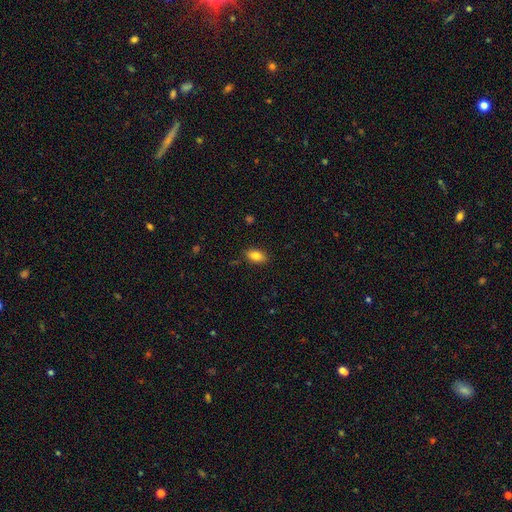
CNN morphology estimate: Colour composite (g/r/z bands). It shows a smooth galaxy with no disk features (84%) that is in between round and cigar-shaped (90%). Merging: none (86%).